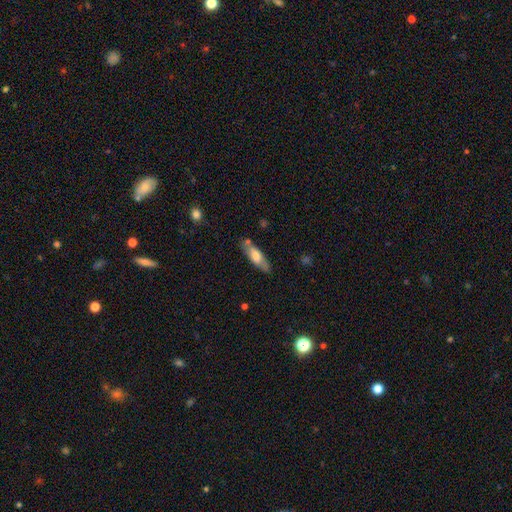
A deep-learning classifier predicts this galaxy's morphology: A smooth galaxy with no disk features (61%) that is in between round and cigar-shaped (50%).

Vote fractions:
- Smooth or featured? smooth: 61% / featured or disk: 33% / star or artifact: 6%
- How rounded? in between: 50% / cigar-shaped: 48% / round: 2%
- Merging? none: 78% / minor disturbance: 15% / merger: 4% / major disturbance: 3%